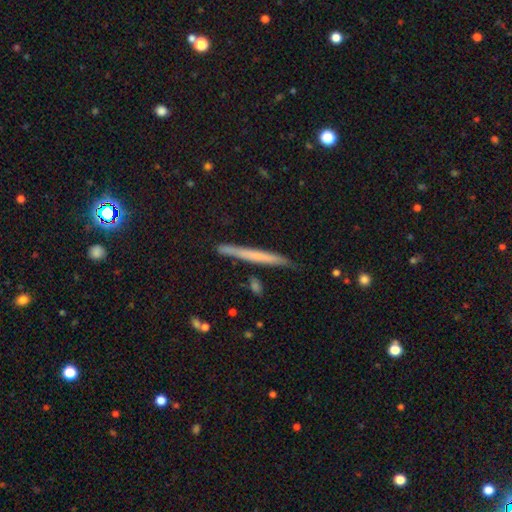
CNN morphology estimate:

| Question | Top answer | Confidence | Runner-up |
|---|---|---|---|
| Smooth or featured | smooth | 52% | featured or disk (42%) |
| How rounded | cigar-shaped | 97% | in between (2%) |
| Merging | none | 85% | minor disturbance (11%) |